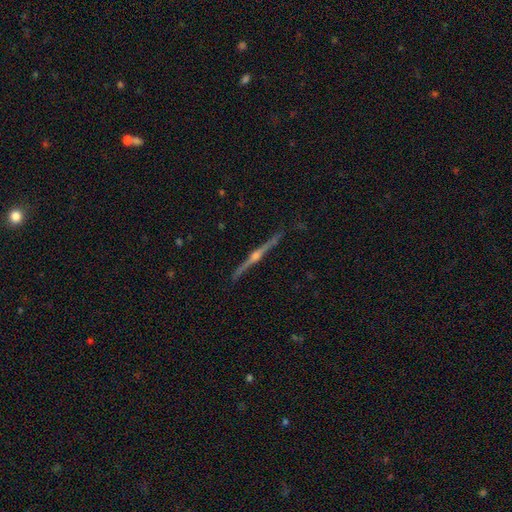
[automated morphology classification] The model was most divided on "smooth or featured": featured or disk: 88%, smooth: 7%, star or artifact: 5%. More confident: edge-on disk — yes (99%); edge-on bulge — rounded (93%); merging — none (91%).